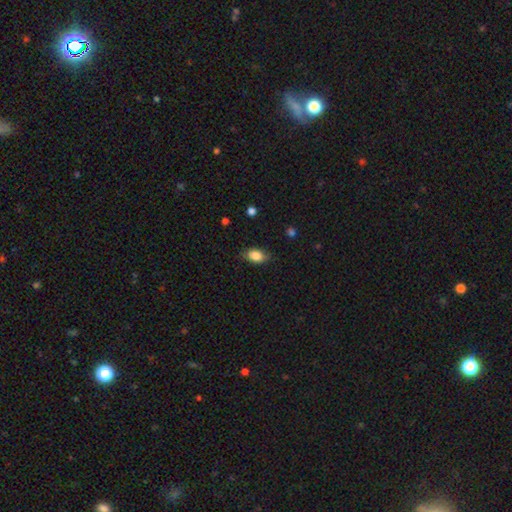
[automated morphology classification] The model was most divided on "merging": none: 82%, minor disturbance: 14%, major disturbance: 3%, merger: 1%. More confident: how rounded — in between (87%); smooth or featured — smooth (85%).